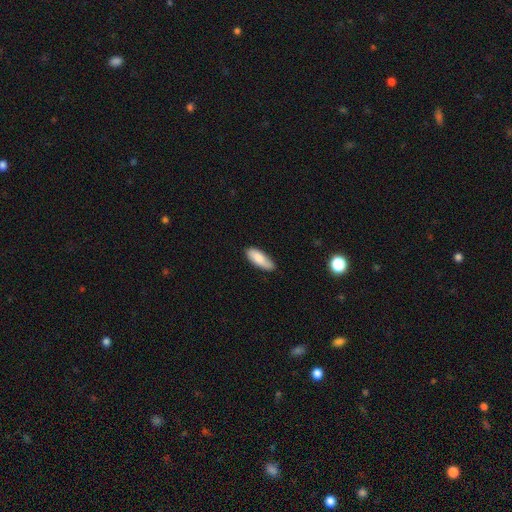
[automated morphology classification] This is clearly a smooth galaxy (83%). How rounded: likely in between (71%). Merging: likely none (77%).